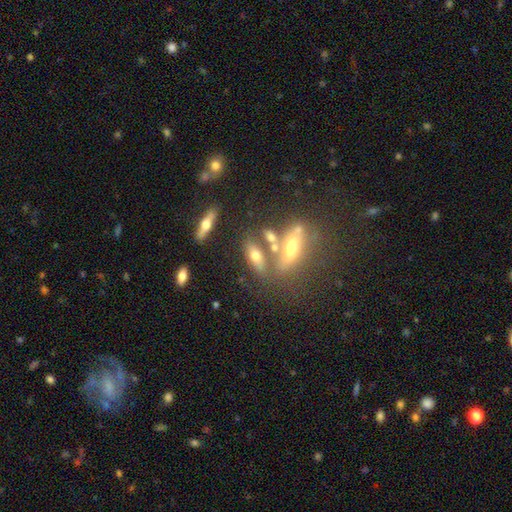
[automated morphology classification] smooth_or_featured: smooth (p=0.58) [alt: featured or disk p=0.30]
how_rounded: in between (p=0.67) [alt: cigar-shaped p=0.27]
merging: none (p=0.54) [alt: merger p=0.26]